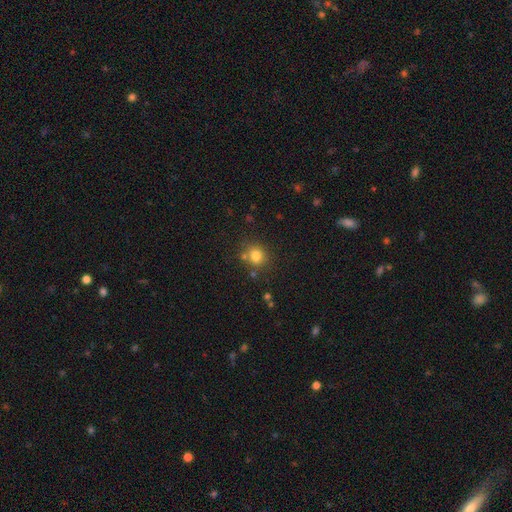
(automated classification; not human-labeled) Q: Smooth or featured?
A: smooth (79%); runner-up: star or artifact (14%)
Q: How rounded?
A: round (78%); runner-up: in between (21%)
Q: Merging?
A: none (72%); runner-up: merger (12%)